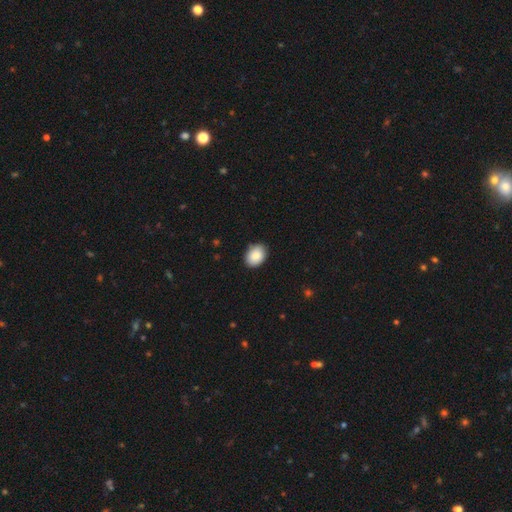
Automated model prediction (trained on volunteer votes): A smooth galaxy with no disk features (88%) that is in between round and cigar-shaped (69%). Merging: none (86%).